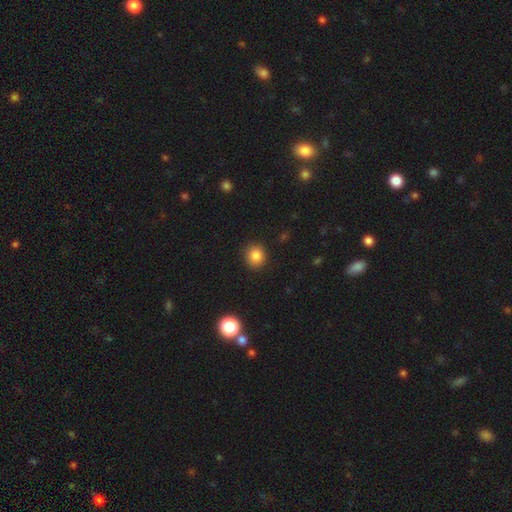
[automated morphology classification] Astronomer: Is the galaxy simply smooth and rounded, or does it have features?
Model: smooth — 85%.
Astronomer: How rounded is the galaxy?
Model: round — 84%.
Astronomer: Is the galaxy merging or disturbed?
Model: none — 89%.